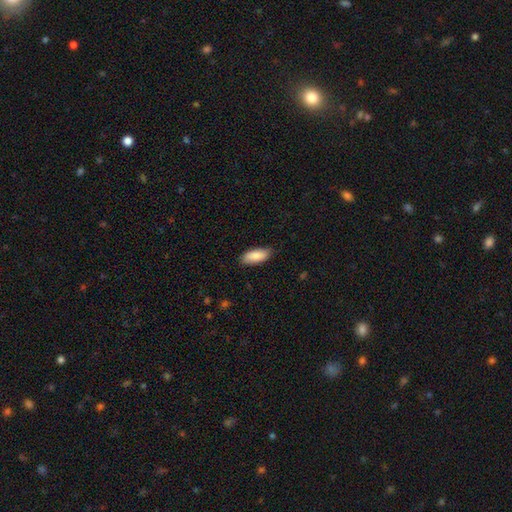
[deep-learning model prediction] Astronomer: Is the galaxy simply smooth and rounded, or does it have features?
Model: smooth — 88%.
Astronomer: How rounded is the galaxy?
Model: in between — 81%.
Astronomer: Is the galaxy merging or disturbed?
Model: none — 84%.